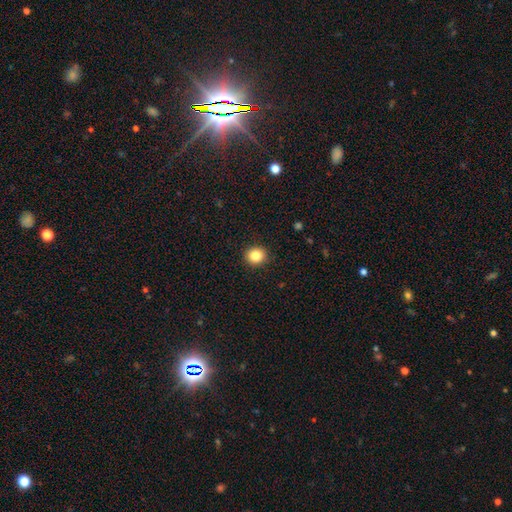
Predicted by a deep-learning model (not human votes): This is clearly a smooth galaxy (85%). How rounded: clearly round (83%). Merging: clearly none (92%).